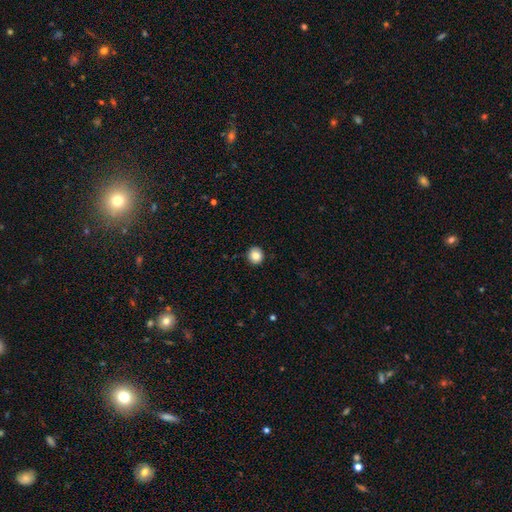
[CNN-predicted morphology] smooth 85%, star or artifact 10%, featured or disk 5%. Down the decision tree: how rounded — round (87%); merging — none (90%).